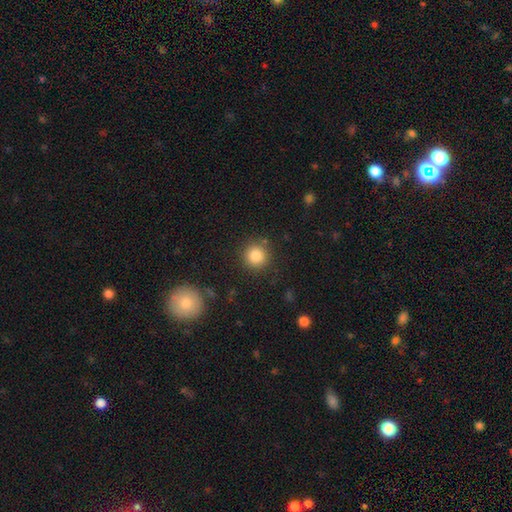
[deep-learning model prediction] smooth_or_featured: smooth (p=0.84) [alt: star or artifact p=0.10]
how_rounded: round (p=0.94) [alt: in between p=0.05]
merging: none (p=0.87) [alt: minor disturbance p=0.07]